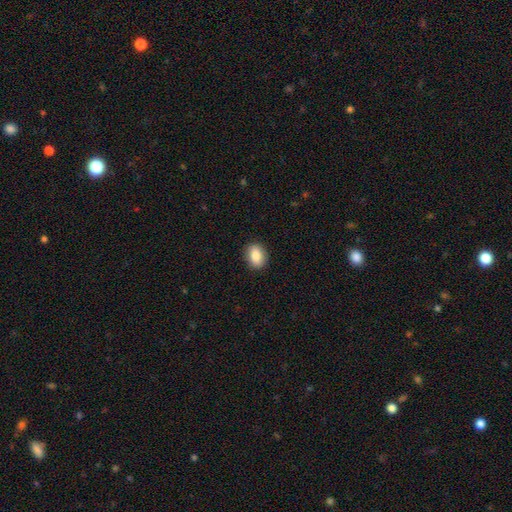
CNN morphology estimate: Smooth or featured? Predicted: smooth (p=0.84). How rounded? Predicted: in between (p=0.68). Merging? Predicted: none (p=0.89).